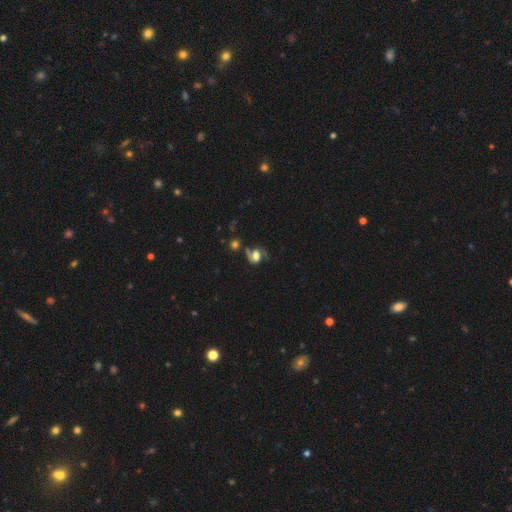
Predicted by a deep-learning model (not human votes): Smooth or featured: featured or disk — 53% (smooth — 35%)
Edge-on disk: no — 94% (yes — 6%)
Merging: none — 46% (minor disturbance — 19%)